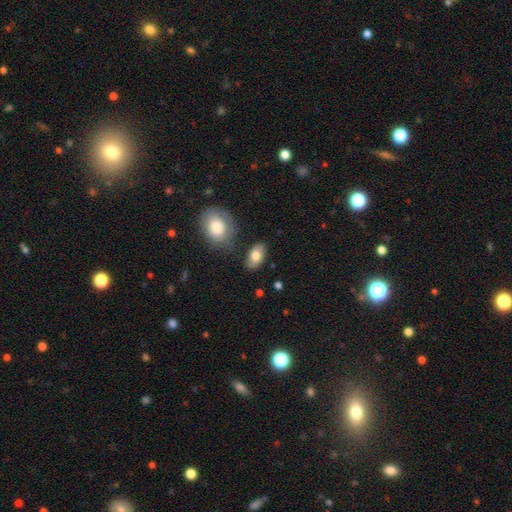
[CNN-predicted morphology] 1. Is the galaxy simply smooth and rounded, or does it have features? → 72% smooth, 21% featured or disk, 7% star or artifact.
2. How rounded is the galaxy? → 92% in between, 6% round, 2% cigar-shaped.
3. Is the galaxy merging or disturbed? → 78% none, 14% minor disturbance, 5% merger, 4% major disturbance.